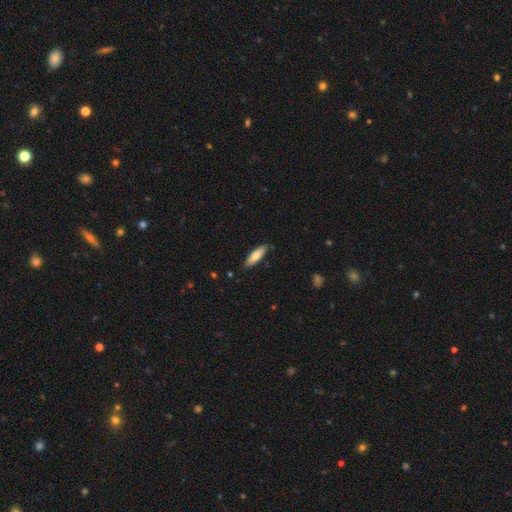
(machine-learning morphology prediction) Smooth or featured? smooth (66%)
How rounded? cigar-shaped (55%)
Merging? none (87%)